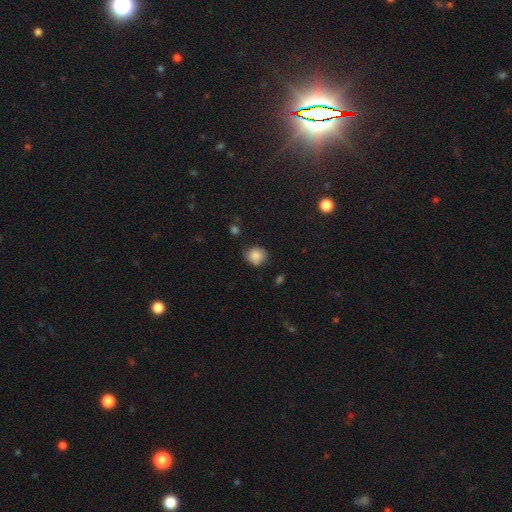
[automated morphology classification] Smooth or featured? Predicted: smooth (p=0.86). How rounded? Predicted: round (p=0.78). Merging? Predicted: none (p=0.73).